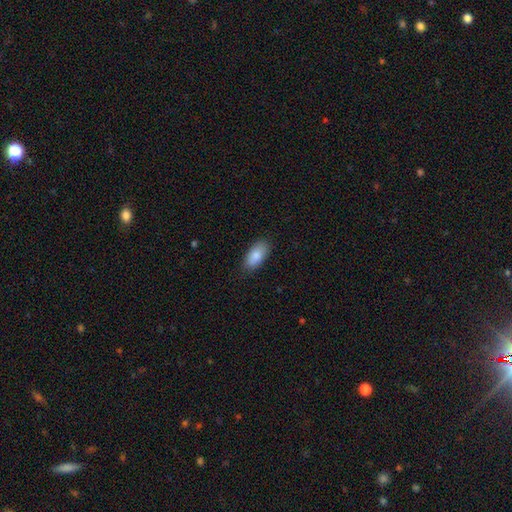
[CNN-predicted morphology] This appears to be a smooth galaxy with no disk features (84%) that is in between round and cigar-shaped (92%). Merging: none (83%).